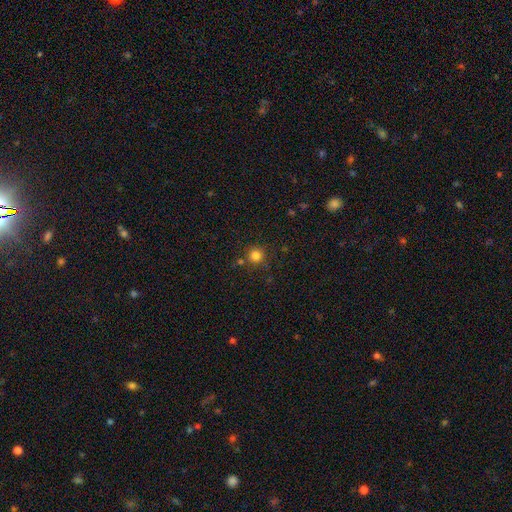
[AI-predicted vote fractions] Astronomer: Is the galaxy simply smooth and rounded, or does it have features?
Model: smooth — 81%.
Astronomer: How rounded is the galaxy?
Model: round — 94%.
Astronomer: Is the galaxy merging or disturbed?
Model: none — 79%.